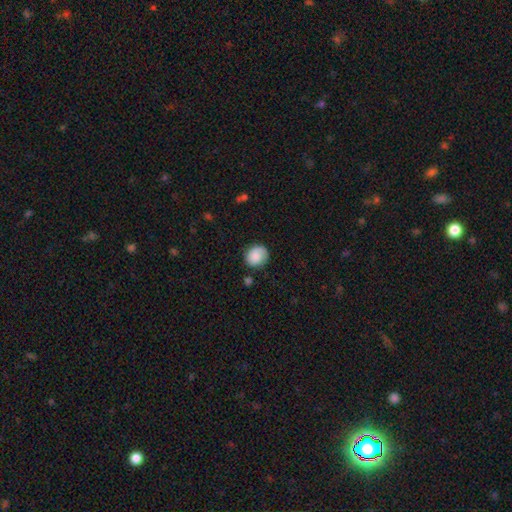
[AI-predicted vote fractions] smooth_or_featured: smooth (p=0.80) [alt: featured or disk p=0.12]
how_rounded: round (p=0.79) [alt: in between p=0.20]
merging: none (p=0.75) [alt: minor disturbance p=0.18]